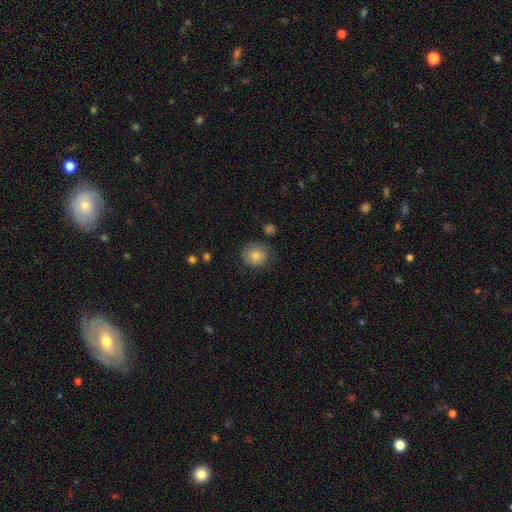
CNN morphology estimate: type=smooth (79%); roundness=round (82%); merging=none (70%).